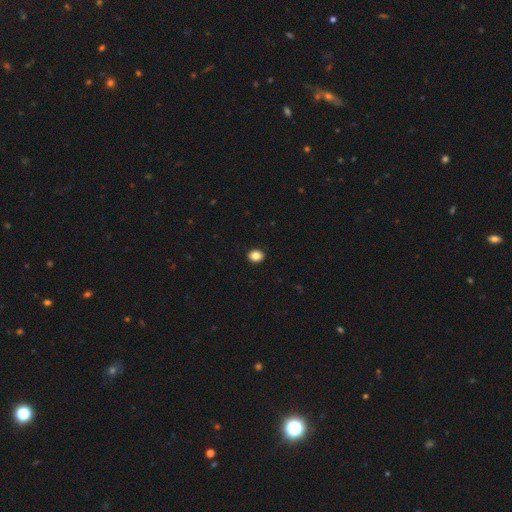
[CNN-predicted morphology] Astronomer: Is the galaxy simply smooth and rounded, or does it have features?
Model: smooth — 86%.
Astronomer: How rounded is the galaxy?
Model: round — 53% (runner-up: in between, 46%).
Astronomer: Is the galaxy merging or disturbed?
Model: none — 92%.